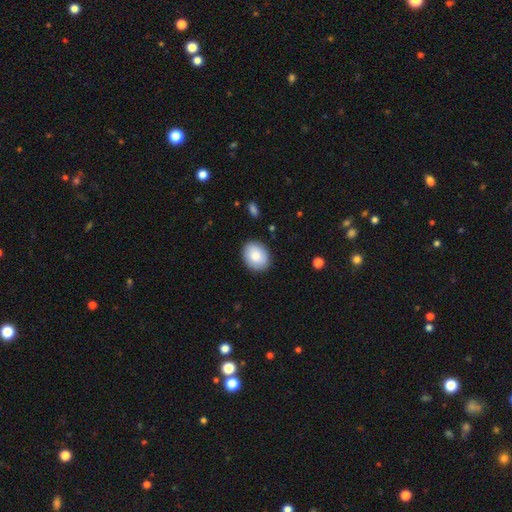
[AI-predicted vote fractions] Smooth or featured: smooth — 85% (featured or disk — 9%)
How rounded: in between — 60% (round — 39%)
Merging: none — 88% (minor disturbance — 9%)